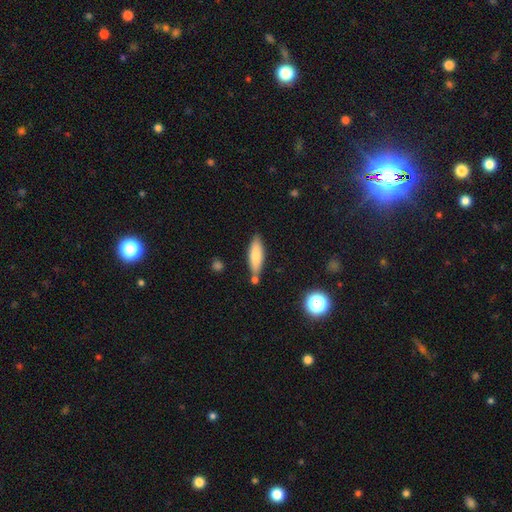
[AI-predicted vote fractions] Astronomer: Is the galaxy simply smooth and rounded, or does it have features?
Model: smooth — 77%.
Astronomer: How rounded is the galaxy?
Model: cigar-shaped — 53% (runner-up: in between, 45%).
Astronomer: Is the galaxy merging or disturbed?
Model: none — 74%.